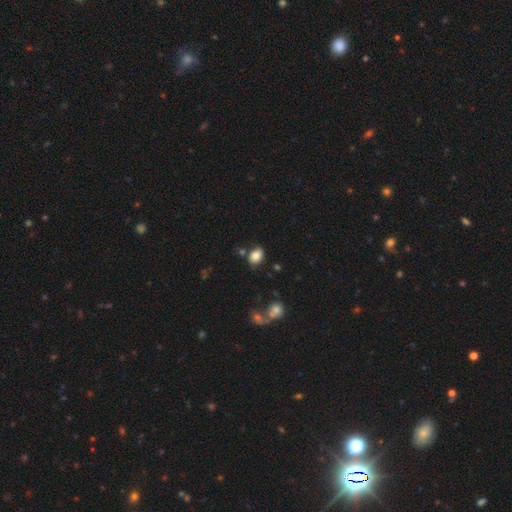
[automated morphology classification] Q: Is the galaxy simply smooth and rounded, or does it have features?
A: smooth — 83%.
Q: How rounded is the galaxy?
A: in between — 76%.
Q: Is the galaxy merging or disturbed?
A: none — 77%.